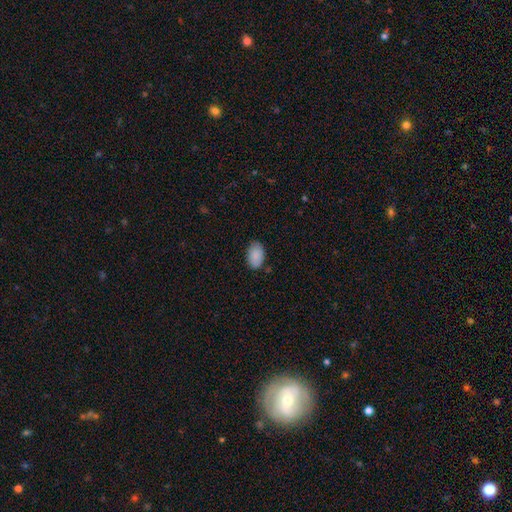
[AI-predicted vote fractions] This is clearly a smooth galaxy (89%). How rounded: clearly in between (91%). Merging: clearly none (82%).